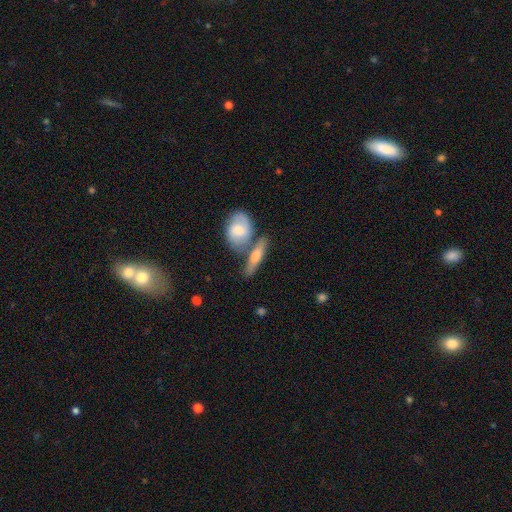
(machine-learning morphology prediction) Smooth or featured: smooth — 53% (featured or disk — 41%)
How rounded: cigar-shaped — 55% (in between — 39%)
Merging: none — 51% (merger — 32%)